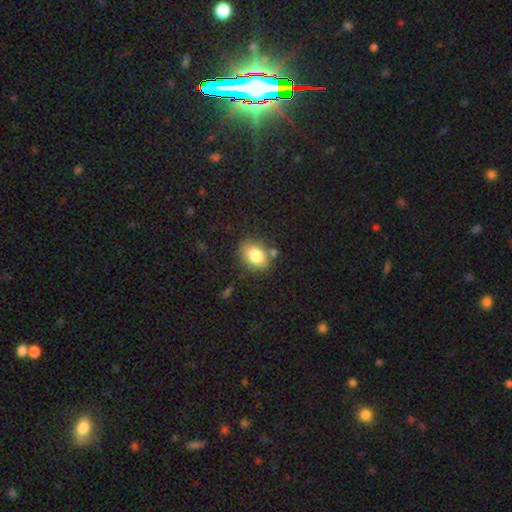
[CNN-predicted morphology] smooth_or_featured: smooth (p=0.81) [alt: featured or disk p=0.10]
how_rounded: in between (p=0.67) [alt: round p=0.32]
merging: none (p=0.75) [alt: minor disturbance p=0.15]